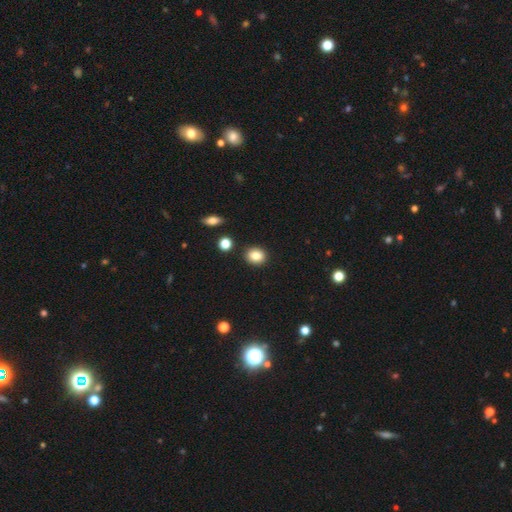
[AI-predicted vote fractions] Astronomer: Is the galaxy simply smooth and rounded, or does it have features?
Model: smooth — 84%.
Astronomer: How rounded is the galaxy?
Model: round — 66%.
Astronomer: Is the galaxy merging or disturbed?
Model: none — 88%.